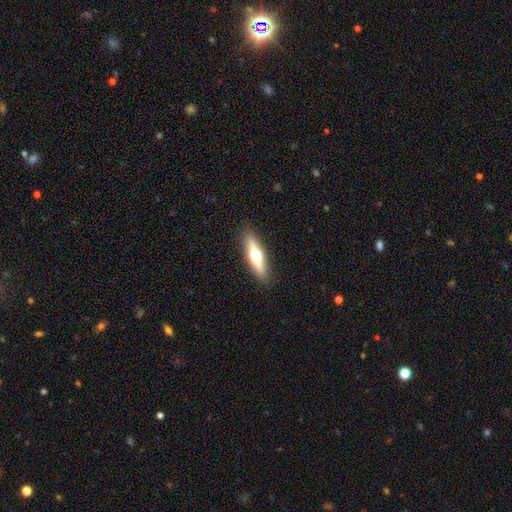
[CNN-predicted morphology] A featured or disk galaxy (50%). Merging: none (89%).